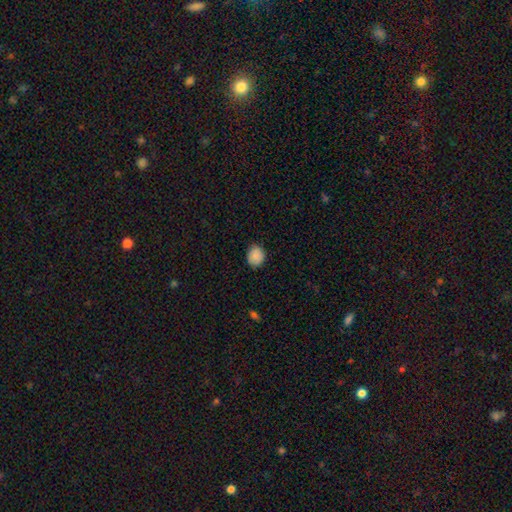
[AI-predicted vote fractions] Overall: smooth (89%). How rounded: round (69%; in between 30%). Merging: none (85%).